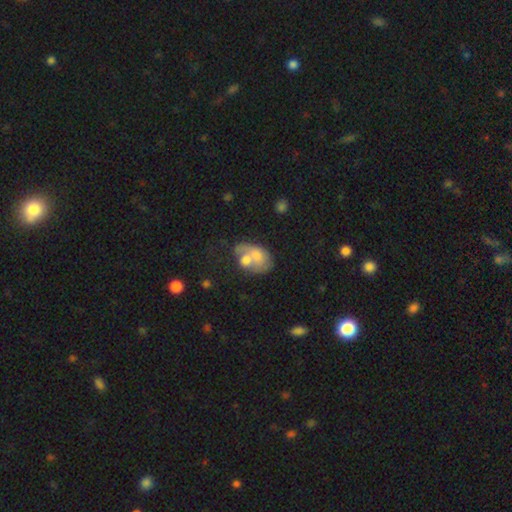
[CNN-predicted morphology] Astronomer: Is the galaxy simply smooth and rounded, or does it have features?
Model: smooth — 59%.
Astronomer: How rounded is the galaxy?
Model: in between — 80%.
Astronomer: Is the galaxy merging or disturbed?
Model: merger — 57%.